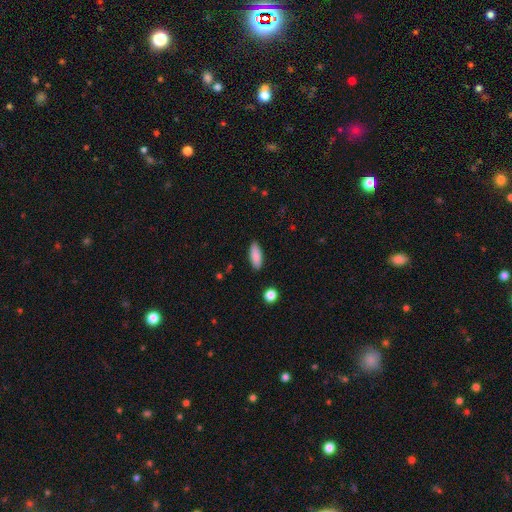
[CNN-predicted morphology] The model was most divided on "how rounded": in between: 70%, cigar-shaped: 28%, round: 2%. More confident: smooth or featured — smooth (88%); merging — none (88%).